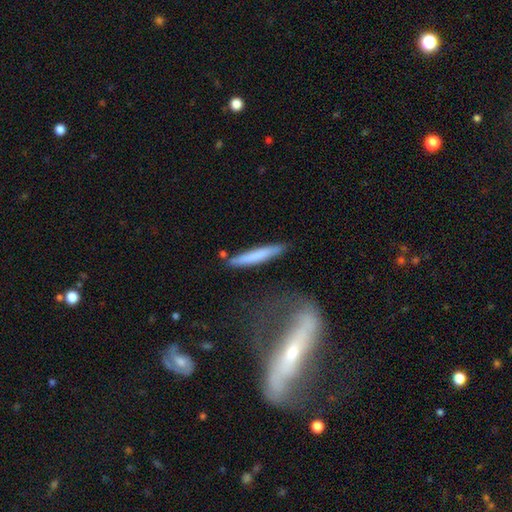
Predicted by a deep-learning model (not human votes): smooth-or-featured: smooth: 69% | featured or disk: 25% | star or artifact: 6%
  how-rounded: cigar-shaped: 93% | in between: 5% | round: 2%
  merging: none: 79% | minor disturbance: 12% | merger: 5% | major disturbance: 4%